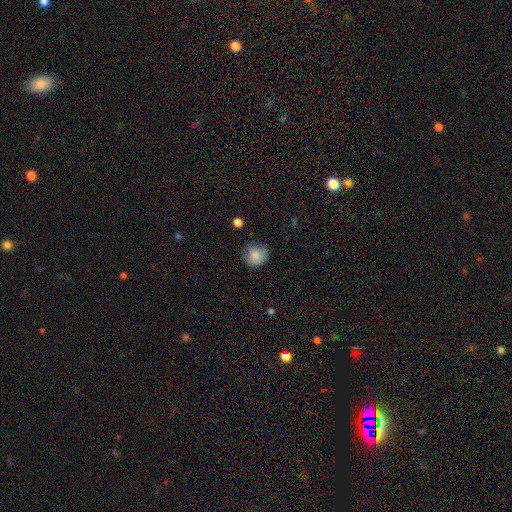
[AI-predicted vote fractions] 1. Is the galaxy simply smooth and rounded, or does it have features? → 85% smooth, 8% star or artifact, 7% featured or disk.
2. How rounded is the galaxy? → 89% round, 10% in between, 1% cigar-shaped.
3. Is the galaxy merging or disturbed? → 76% none, 18% minor disturbance, 4% major disturbance, 2% merger.